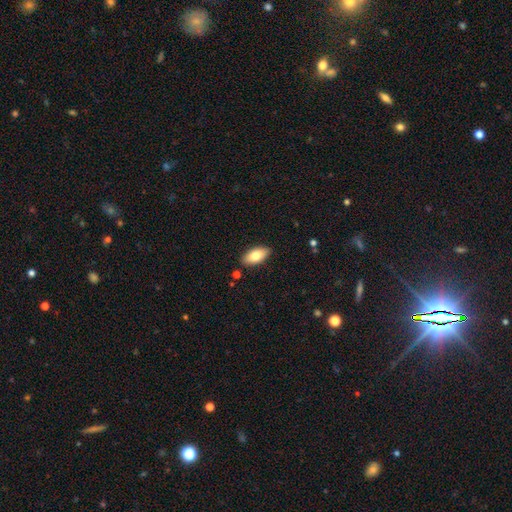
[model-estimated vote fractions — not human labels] This is likely a smooth galaxy (79%). How rounded: clearly in between (91%). Merging: clearly none (87%).